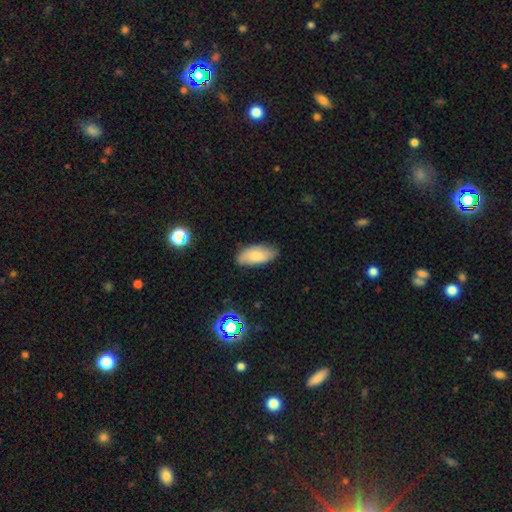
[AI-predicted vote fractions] This appears to be a smooth galaxy with no disk features (75%) that is in between round and cigar-shaped (91%). Merging: none (77%).